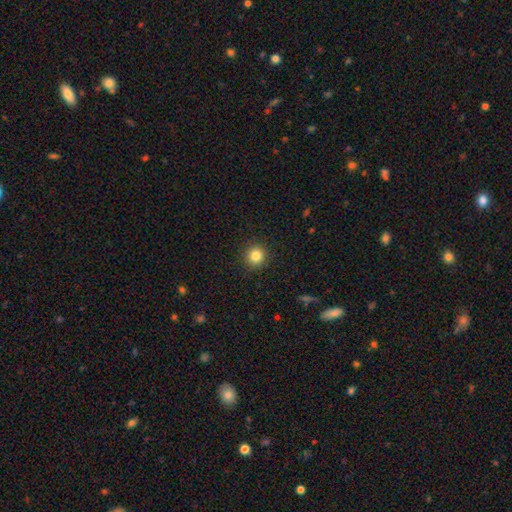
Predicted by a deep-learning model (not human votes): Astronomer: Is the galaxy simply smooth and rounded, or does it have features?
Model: smooth — 84%.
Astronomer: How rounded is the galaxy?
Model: round — 93%.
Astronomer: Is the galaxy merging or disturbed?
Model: none — 92%.